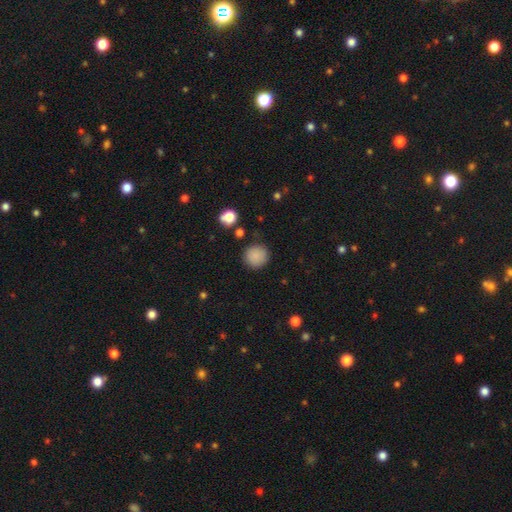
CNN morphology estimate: Smooth or featured?
  - smooth: 86% *
  - star or artifact: 10%
  - featured or disk: 4%
How rounded?
  - round: 93% *
  - in between: 6%
  - cigar-shaped: 1%
Merging?
  - none: 88% *
  - minor disturbance: 8%
  - major disturbance: 2%
  - merger: 2%